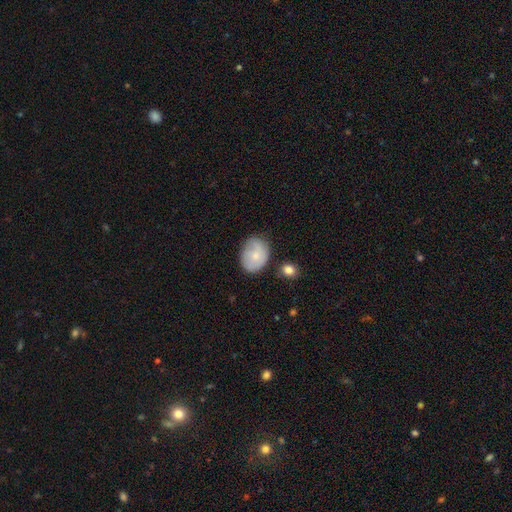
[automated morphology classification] This appears to be a smooth galaxy with no disk features (68%) that is in between round and cigar-shaped (61%). Merging: none (60%).